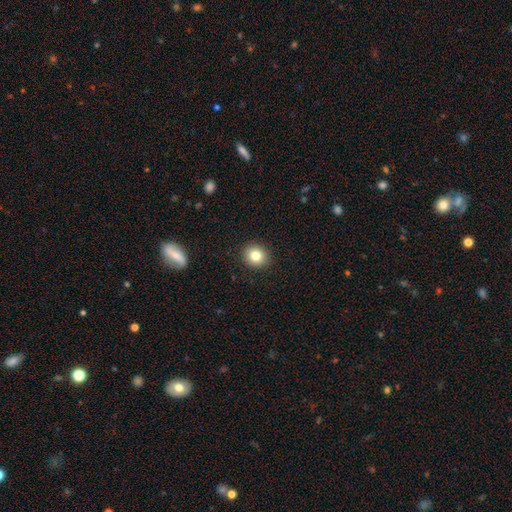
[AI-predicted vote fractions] Smooth or featured? Predicted: smooth (p=0.81). How rounded? Predicted: round (p=0.78). Merging? Predicted: none (p=0.91).